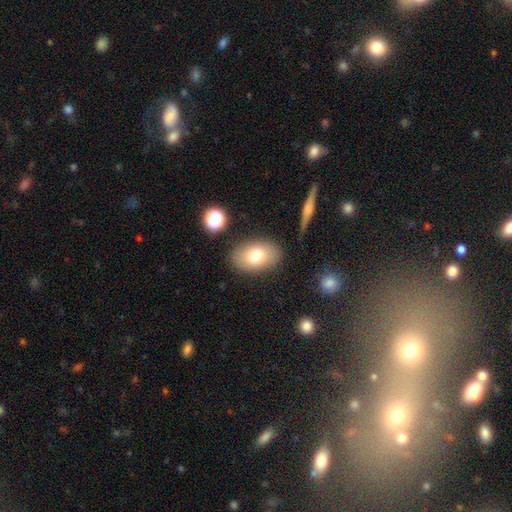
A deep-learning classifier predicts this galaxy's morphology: Smooth or featured: smooth — 75% (featured or disk — 16%)
How rounded: in between — 86% (round — 13%)
Merging: none — 85% (minor disturbance — 10%)